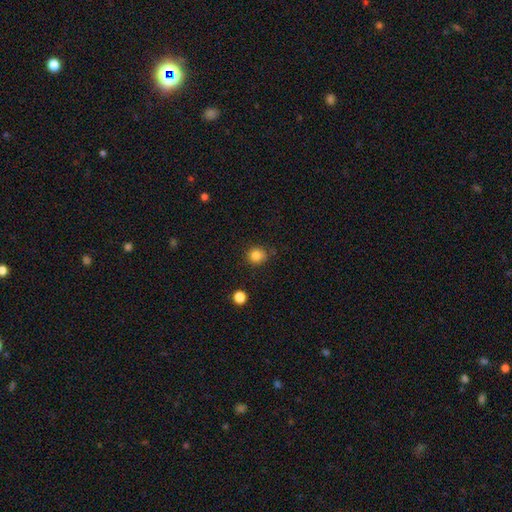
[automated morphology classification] A smooth galaxy with no disk features (83%) that is round (85%). Merging: none (81%).